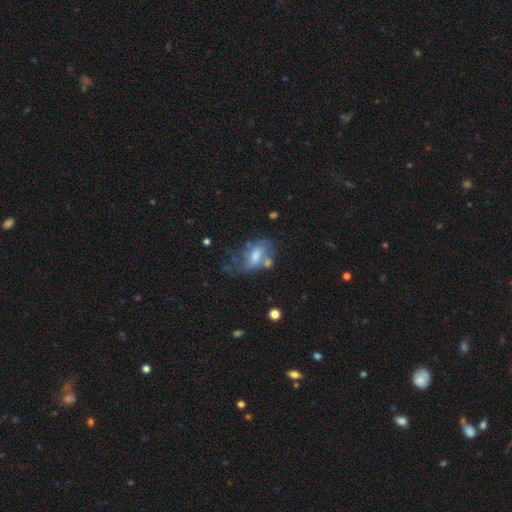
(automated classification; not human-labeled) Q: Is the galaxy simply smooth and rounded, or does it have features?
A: featured or disk — 46%.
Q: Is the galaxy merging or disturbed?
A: none — 30%.